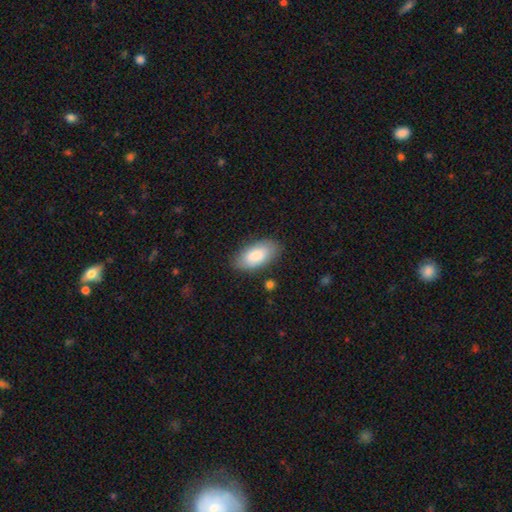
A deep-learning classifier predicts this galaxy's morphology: Smooth or featured? Predicted: smooth (p=0.85). How rounded? Predicted: in between (p=0.93). Merging? Predicted: none (p=0.82).